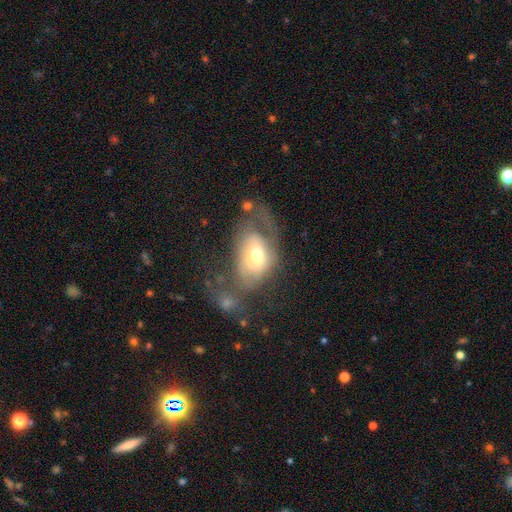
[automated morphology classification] Q: Smooth or featured?
A: smooth (47%); runner-up: featured or disk (44%)
Q: Merging?
A: major disturbance (47%); runner-up: none (22%)